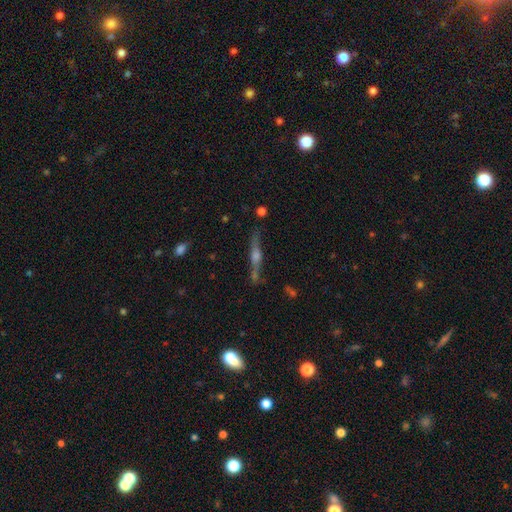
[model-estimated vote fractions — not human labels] Q: Smooth or featured?
A: featured or disk (73%); runner-up: smooth (18%)
Q: Edge-on disk?
A: yes (95%); runner-up: no (5%)
Q: Edge-on bulge?
A: rounded (85%); runner-up: boxy (10%)
Q: Merging?
A: none (78%); runner-up: minor disturbance (14%)